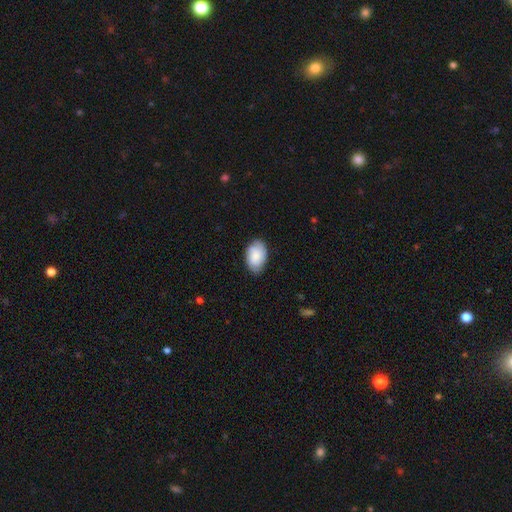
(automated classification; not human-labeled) smooth-or-featured: smooth: 78% | featured or disk: 16% | star or artifact: 6%
  how-rounded: in between: 90% | round: 8% | cigar-shaped: 1%
  merging: none: 77% | minor disturbance: 19% | major disturbance: 3% | merger: 1%